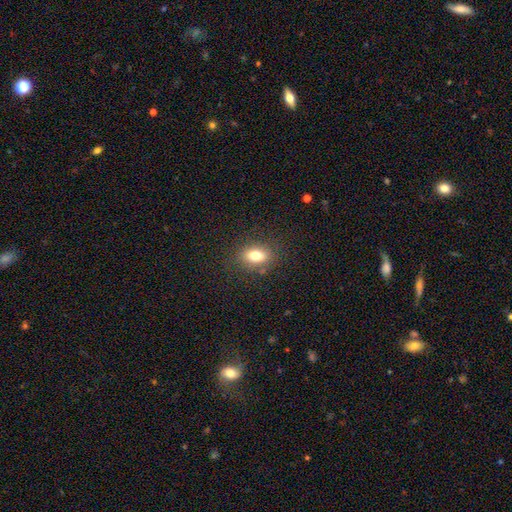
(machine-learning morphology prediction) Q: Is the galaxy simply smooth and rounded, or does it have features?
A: smooth — 78%.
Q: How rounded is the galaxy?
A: in between — 76%.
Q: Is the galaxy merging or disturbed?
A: none — 84%.